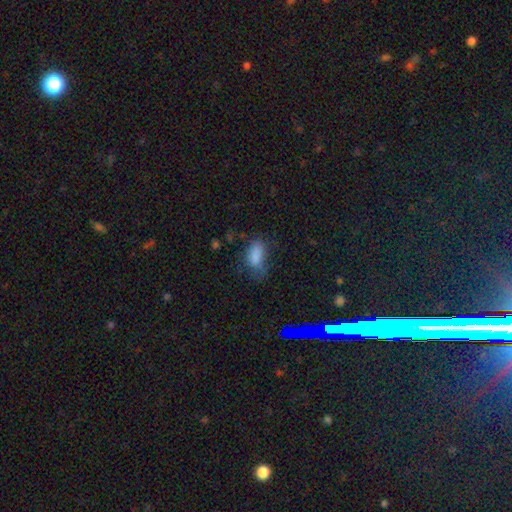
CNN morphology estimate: Q: Smooth or featured?
A: smooth (79%); runner-up: star or artifact (11%)
Q: How rounded?
A: in between (90%); runner-up: round (5%)
Q: Merging?
A: none (46%); runner-up: minor disturbance (29%)